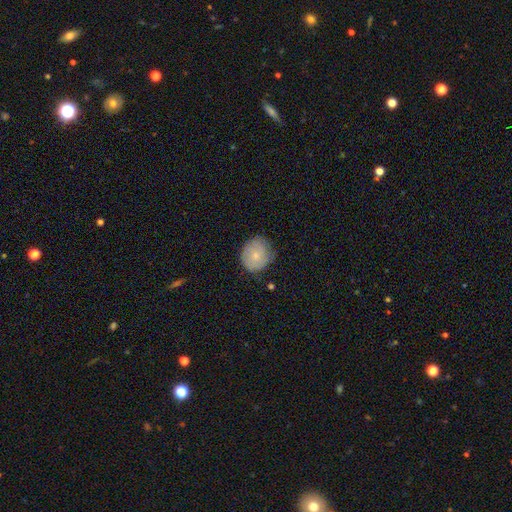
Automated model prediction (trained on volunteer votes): A smooth galaxy with no disk features (73%) that is round (78%). Merging: none (69%).